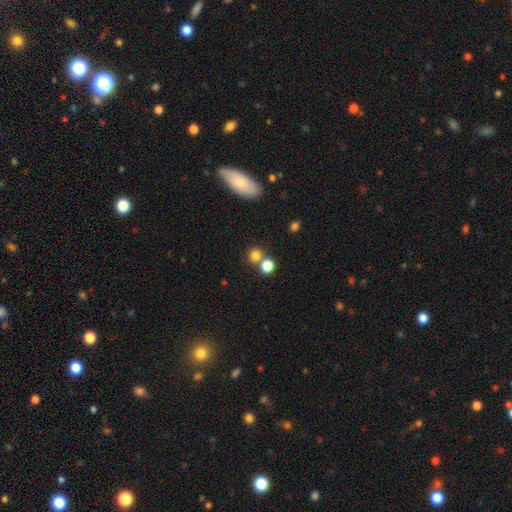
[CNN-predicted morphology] Smooth or featured? Predicted: smooth (p=0.79). How rounded? Predicted: round (p=0.85). Merging? Predicted: none (p=0.61).